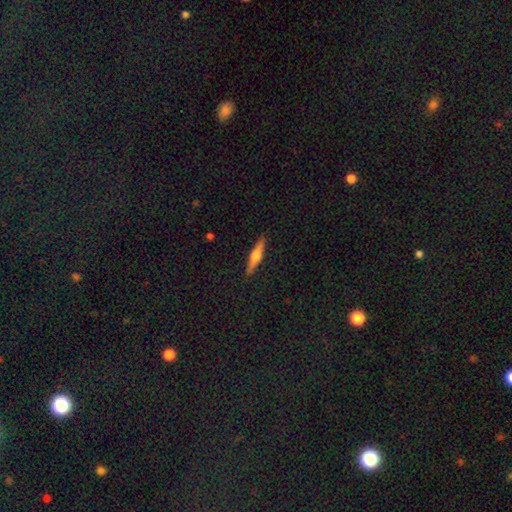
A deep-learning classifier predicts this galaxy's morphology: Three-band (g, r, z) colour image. It shows a featured or disk galaxy (57%) viewed edge-on (96%) with a rounded central bulge (86%). Merging: none (90%).